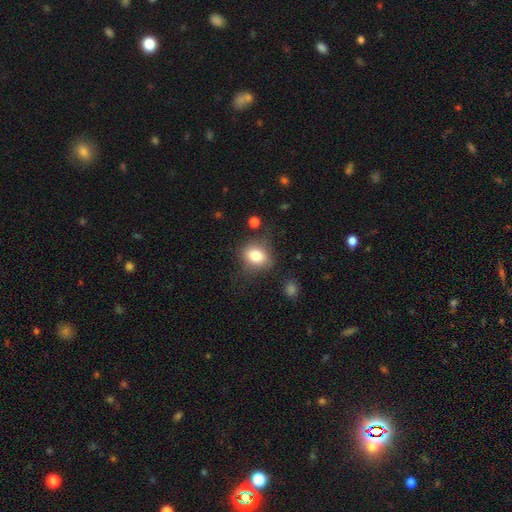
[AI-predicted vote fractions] Smooth or featured: smooth — 80% (featured or disk — 10%)
How rounded: round — 55% (in between — 44%)
Merging: none — 71% (minor disturbance — 19%)